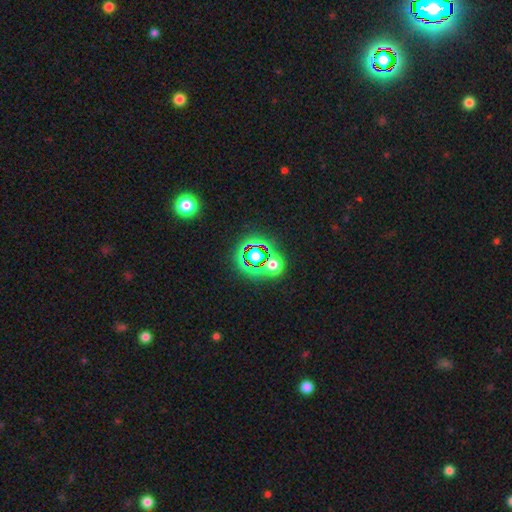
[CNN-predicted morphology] Smooth or featured? Predicted: star or artifact (p=0.76).